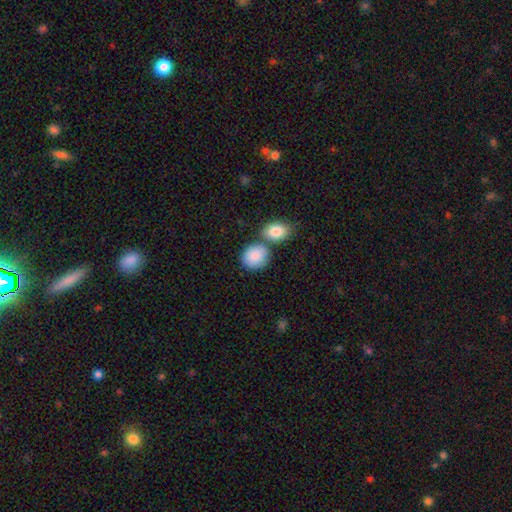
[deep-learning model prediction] Smooth or featured? smooth (87%)
How rounded? round (63%)
Merging? none (55%)